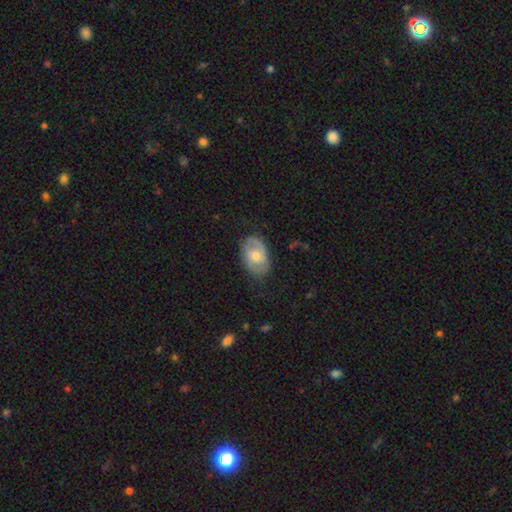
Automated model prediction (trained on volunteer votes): Smooth or featured?
  - featured or disk: 51% *
  - smooth: 42%
  - star or artifact: 6%
Edge-on disk?
  - no: 93% *
  - yes: 7%
Merging?
  - none: 74% *
  - minor disturbance: 20%
  - major disturbance: 5%
  - merger: 1%